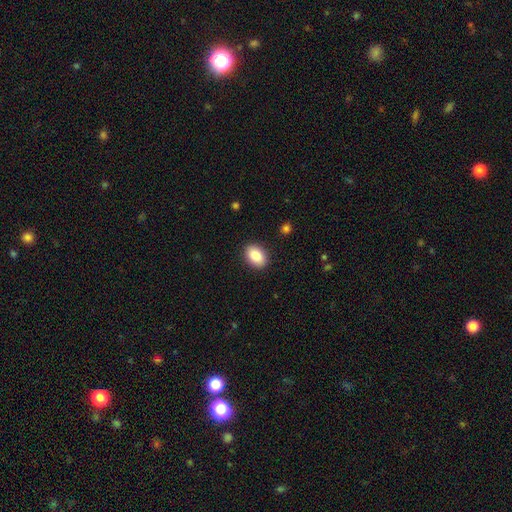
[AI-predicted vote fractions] Smooth or featured? Predicted: smooth (p=0.87). How rounded? Predicted: in between (p=0.84). Merging? Predicted: none (p=0.90).